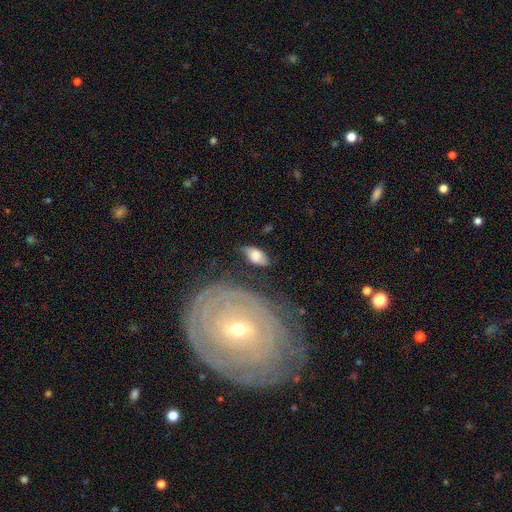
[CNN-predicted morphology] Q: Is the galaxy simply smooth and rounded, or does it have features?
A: smooth — 66%.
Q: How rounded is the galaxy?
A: in between — 90%.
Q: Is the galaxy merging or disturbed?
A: none — 63%.